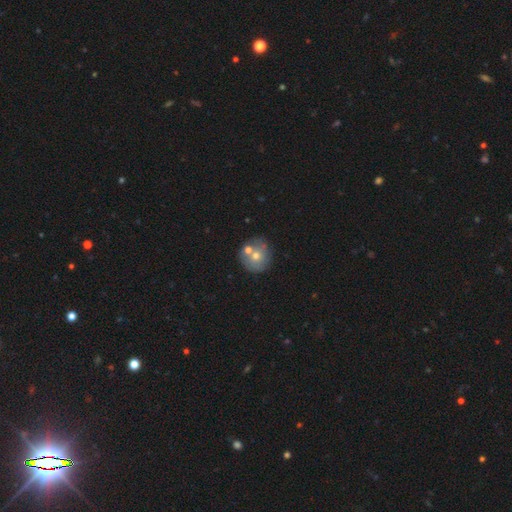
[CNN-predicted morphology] Smooth or featured? Predicted: smooth (p=0.62). How rounded? Predicted: round (p=0.87). Merging? Predicted: none (p=0.58).